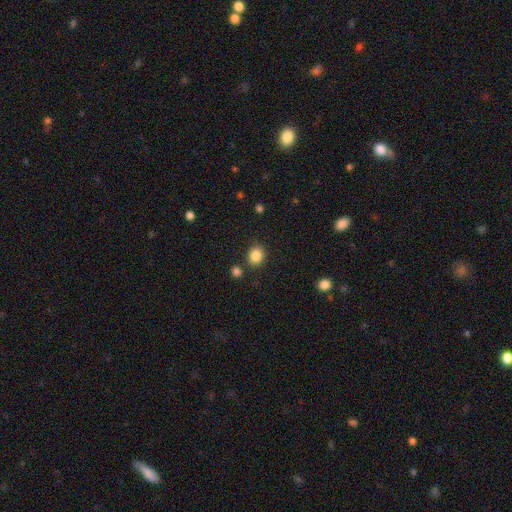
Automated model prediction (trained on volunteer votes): The model was most divided on "how rounded": round: 71%, in between: 28%, cigar-shaped: 1%. More confident: smooth or featured — smooth (85%); merging — none (82%).